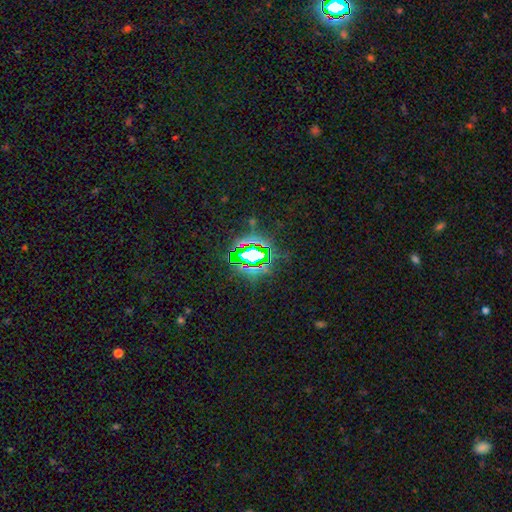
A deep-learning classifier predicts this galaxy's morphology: The model was most divided on "smooth or featured": star or artifact: 79%, smooth: 12%, featured or disk: 8%.